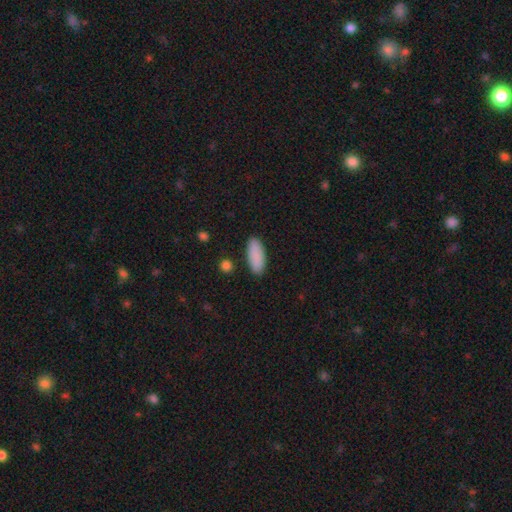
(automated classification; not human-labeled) The model was most divided on "how rounded": in between: 81%, cigar-shaped: 18%, round: 2%. More confident: smooth or featured — smooth (89%); merging — none (87%).